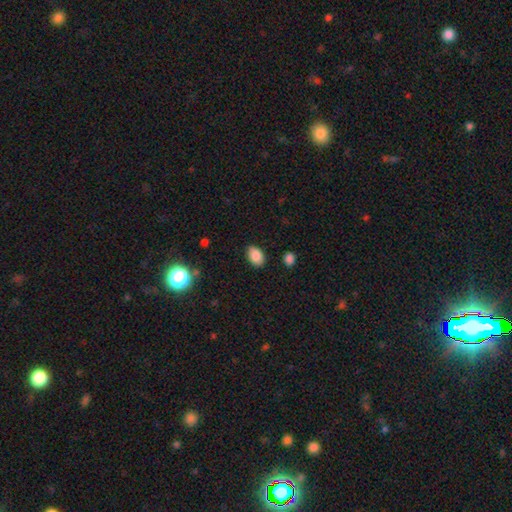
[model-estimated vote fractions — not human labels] Smooth or featured?
  - smooth: 86% *
  - star or artifact: 9%
  - featured or disk: 5%
How rounded?
  - in between: 85% *
  - round: 13%
  - cigar-shaped: 1%
Merging?
  - none: 83% *
  - minor disturbance: 13%
  - major disturbance: 3%
  - merger: 2%